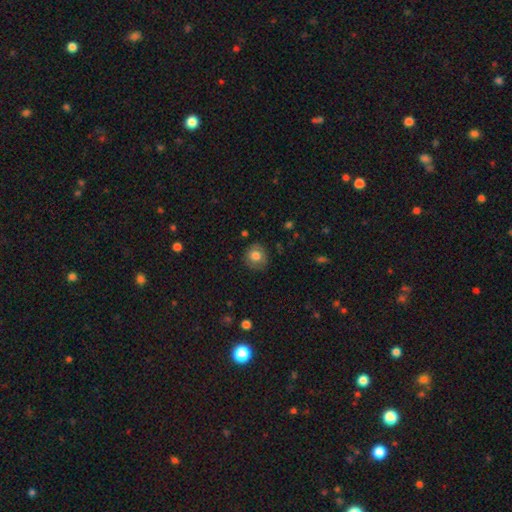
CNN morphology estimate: Smooth or featured? Predicted: smooth (p=0.79). How rounded? Predicted: round (p=0.84). Merging? Predicted: none (p=0.80).